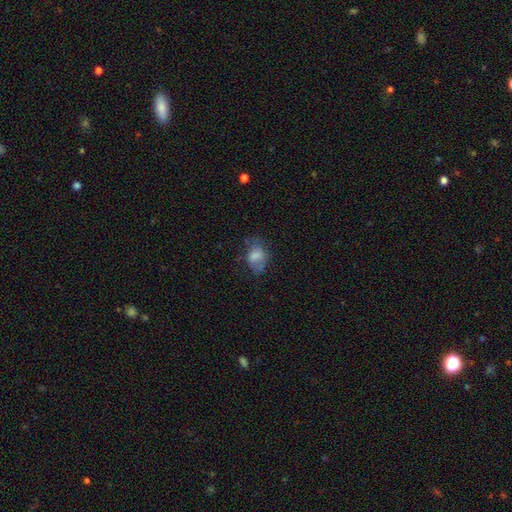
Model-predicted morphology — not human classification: Smooth or featured? smooth (68%)
How rounded? in between (74%)
Merging? none (43%)